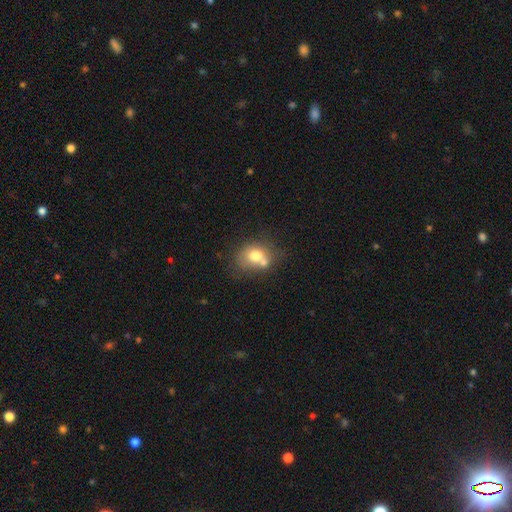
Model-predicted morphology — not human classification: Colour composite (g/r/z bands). It shows a smooth galaxy with no disk features (68%) that is round (50%). Merging: merger (44%).